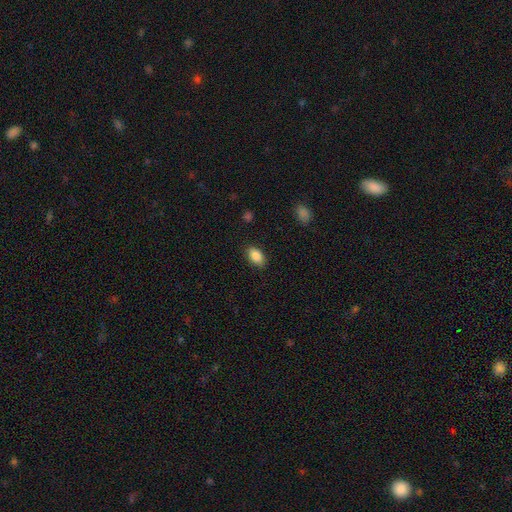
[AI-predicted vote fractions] Smooth or featured? Predicted: smooth (p=0.88). How rounded? Predicted: in between (p=0.91). Merging? Predicted: none (p=0.87).